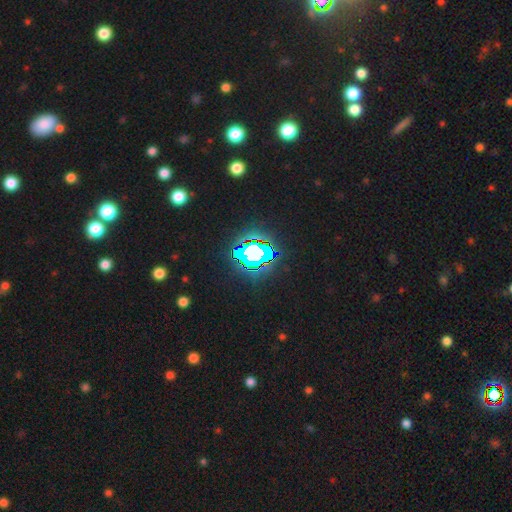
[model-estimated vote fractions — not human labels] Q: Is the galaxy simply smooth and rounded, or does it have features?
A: star or artifact — 80%.